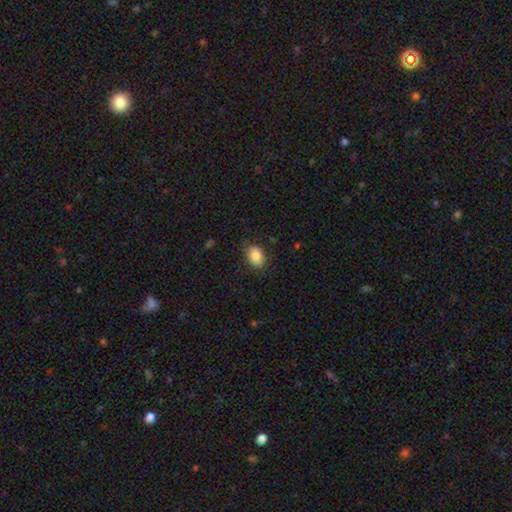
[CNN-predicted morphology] This appears to be a smooth galaxy with no disk features (86%) that is in between round and cigar-shaped (81%). Merging: none (83%).